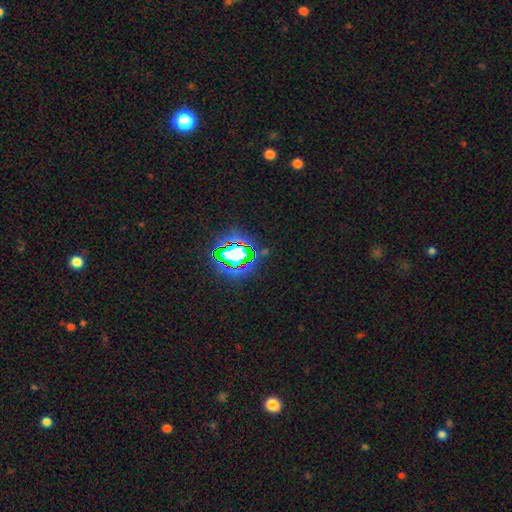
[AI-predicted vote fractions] Smooth or featured? star or artifact (82%)